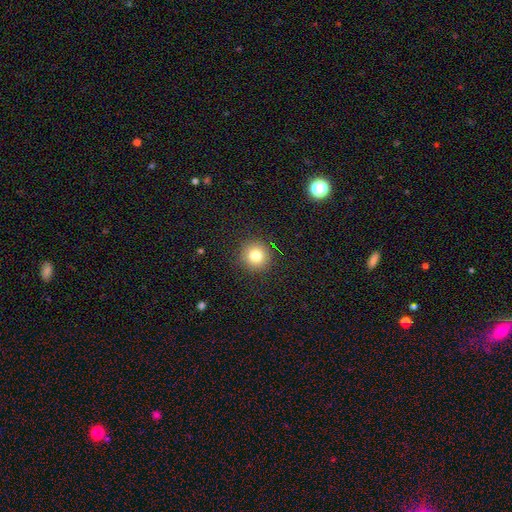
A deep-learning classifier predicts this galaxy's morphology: Q: Smooth or featured?
A: smooth (80%); runner-up: star or artifact (12%)
Q: How rounded?
A: round (94%); runner-up: in between (5%)
Q: Merging?
A: none (91%); runner-up: minor disturbance (6%)